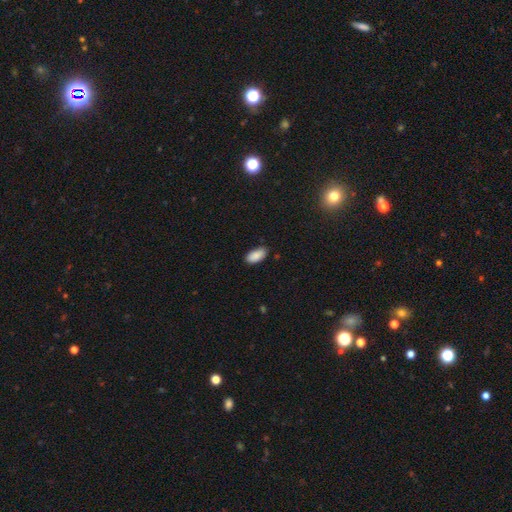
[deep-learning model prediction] The model was most divided on "merging": none: 81%, minor disturbance: 15%, major disturbance: 2%, merger: 1%. More confident: how rounded — in between (94%); smooth or featured — smooth (88%).